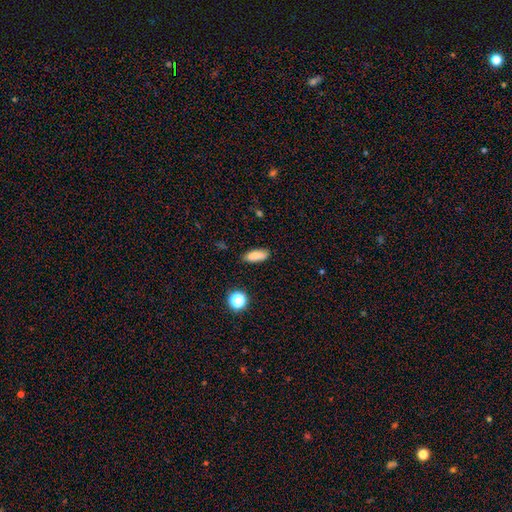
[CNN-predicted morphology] This is clearly a smooth galaxy (85%). How rounded: likely in between (73%). Merging: clearly none (85%).